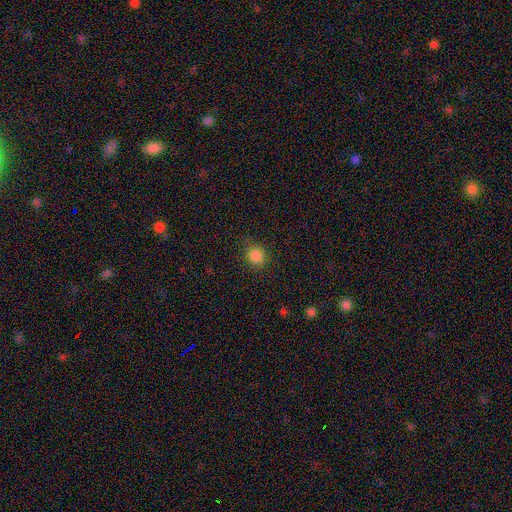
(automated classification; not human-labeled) A smooth galaxy with no disk features (85%) that is round (85%). Merging: none (86%).